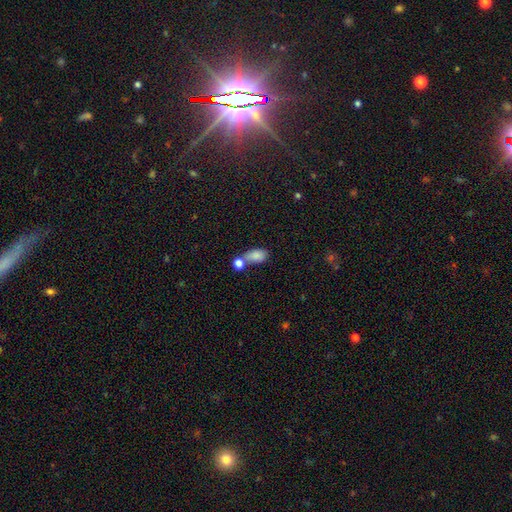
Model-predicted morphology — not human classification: Overall: smooth (83%). How rounded: in between (88%). Merging: none (40%; merger 38%).